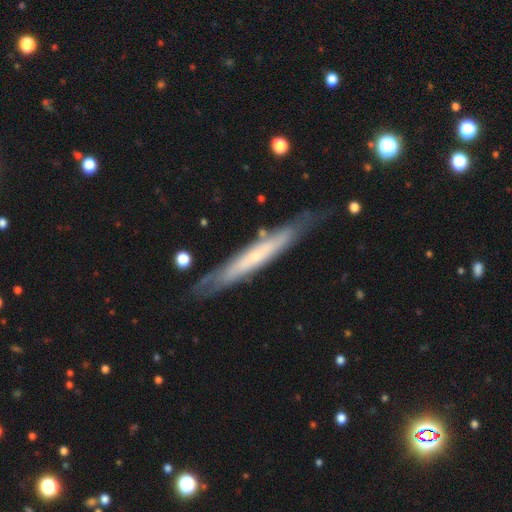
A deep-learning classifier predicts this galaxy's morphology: Smooth or featured? Predicted: featured or disk (p=0.64). Edge-on disk? Predicted: yes (p=0.73). Merging? Predicted: none (p=0.77).